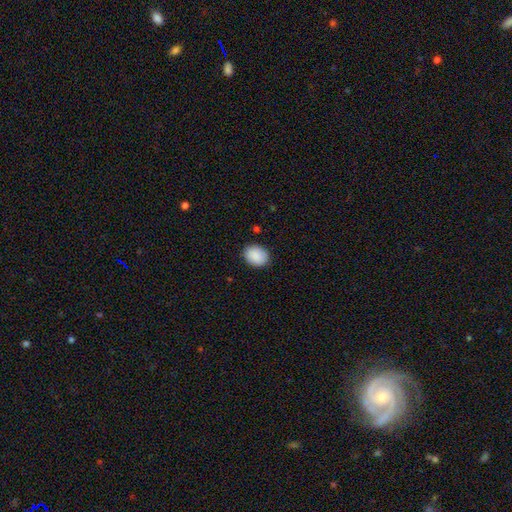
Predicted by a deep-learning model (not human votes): A smooth galaxy with no disk features (89%) that is in between round and cigar-shaped (54%).

Vote fractions:
- Smooth or featured? smooth: 89% / star or artifact: 7% / featured or disk: 4%
- How rounded? in between: 54% / round: 45% / cigar-shaped: 1%
- Merging? none: 88% / minor disturbance: 9% / major disturbance: 2% / merger: 1%